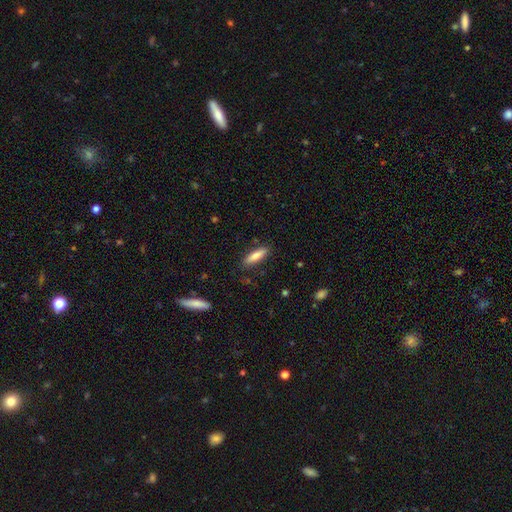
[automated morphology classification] type=smooth (80%); roundness=cigar-shaped (64%); merging=none (85%).